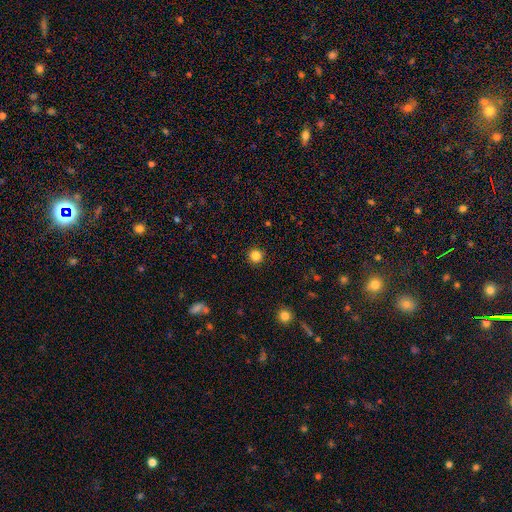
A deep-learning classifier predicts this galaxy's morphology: Q: Smooth or featured?
A: smooth (84%); runner-up: star or artifact (13%)
Q: How rounded?
A: round (96%); runner-up: in between (3%)
Q: Merging?
A: none (93%); runner-up: minor disturbance (5%)